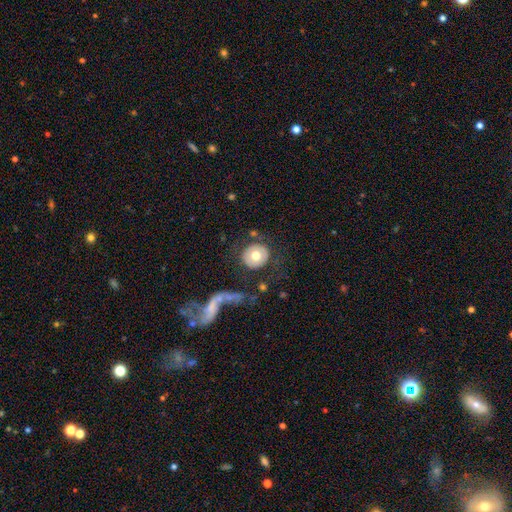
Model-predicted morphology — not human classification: A smooth galaxy with no disk features (65%) that is round (91%).

Vote fractions:
- Smooth or featured? smooth: 65% / featured or disk: 28% / star or artifact: 7%
- How rounded? round: 91% / in between: 8% / cigar-shaped: 1%
- Merging? none: 76% / minor disturbance: 10% / major disturbance: 7% / merger: 6%